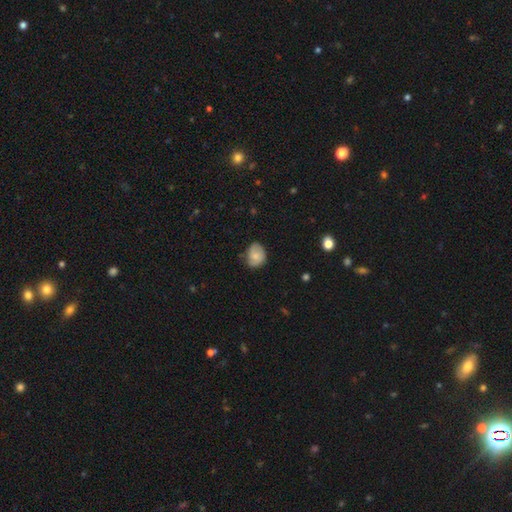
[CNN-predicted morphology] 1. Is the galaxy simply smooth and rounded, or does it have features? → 68% smooth, 25% featured or disk, 8% star or artifact.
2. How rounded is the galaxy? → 57% in between, 42% round, 1% cigar-shaped.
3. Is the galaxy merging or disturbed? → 61% none, 31% minor disturbance, 7% major disturbance, 1% merger.